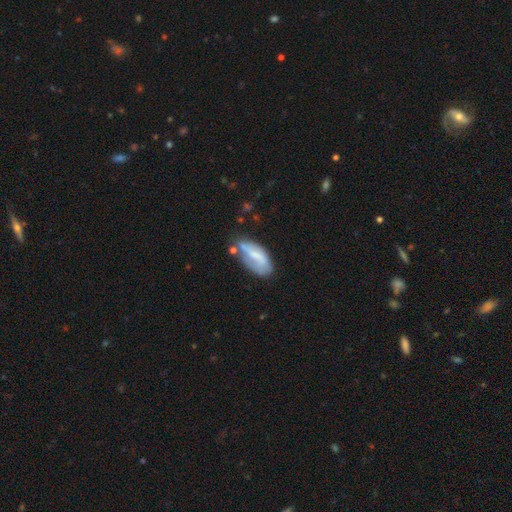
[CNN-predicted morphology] This appears to be a smooth galaxy with no disk features (55%) that is in between round and cigar-shaped (83%). Merging: none (42%).